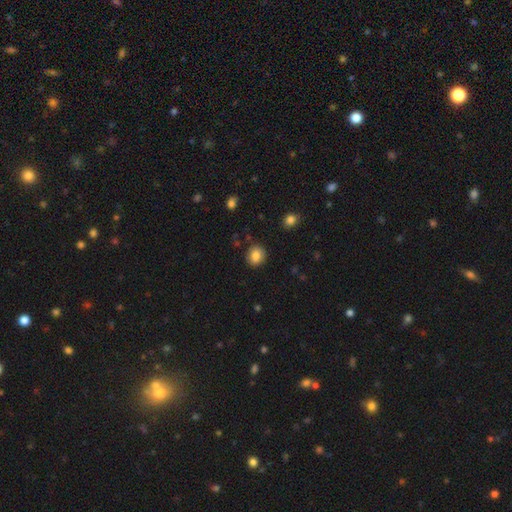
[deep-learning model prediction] This is clearly a smooth galaxy (84%). How rounded: likely round (71%). Merging: clearly none (88%).